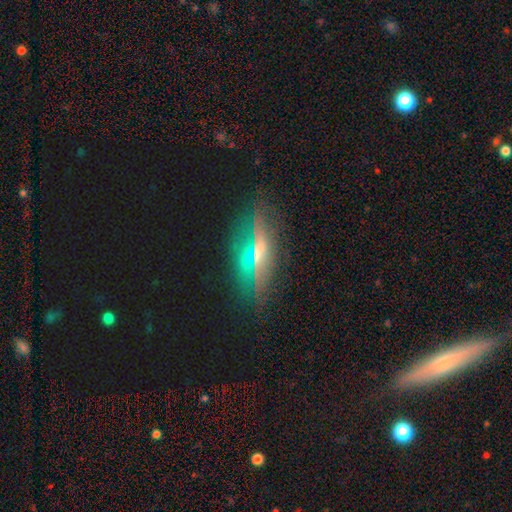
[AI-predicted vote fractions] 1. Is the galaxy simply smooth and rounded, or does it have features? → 65% featured or disk, 20% smooth, 16% star or artifact.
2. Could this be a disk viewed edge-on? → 85% yes, 15% no.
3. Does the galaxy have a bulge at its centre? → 84% rounded, 8% none, 7% boxy.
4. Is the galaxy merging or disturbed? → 80% none, 13% minor disturbance, 5% major disturbance, 2% merger.